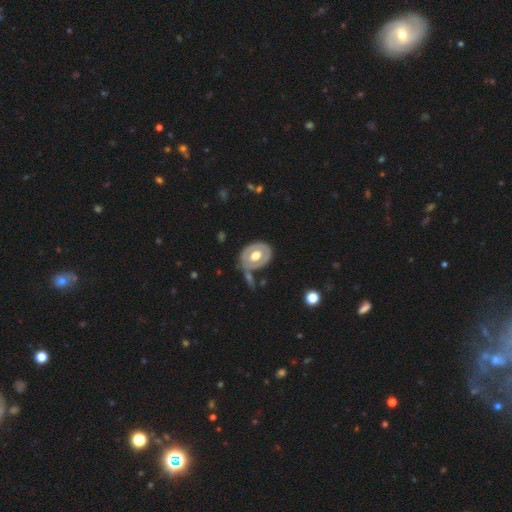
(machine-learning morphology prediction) Smooth or featured?
  - featured or disk: 57% *
  - smooth: 38%
  - star or artifact: 5%
Edge-on disk?
  - no: 92% *
  - yes: 8%
Bar?
  - no: 74% *
  - weak: 18%
  - strong: 7%
Spiral arms?
  - no: 80% *
  - yes: 20%
Bulge size?
  - moderate: 54% *
  - large: 39%
  - small: 3%
  - dominant: 3%
  - none: 1%
Merging?
  - none: 63% *
  - minor disturbance: 19%
  - merger: 10%
  - major disturbance: 8%